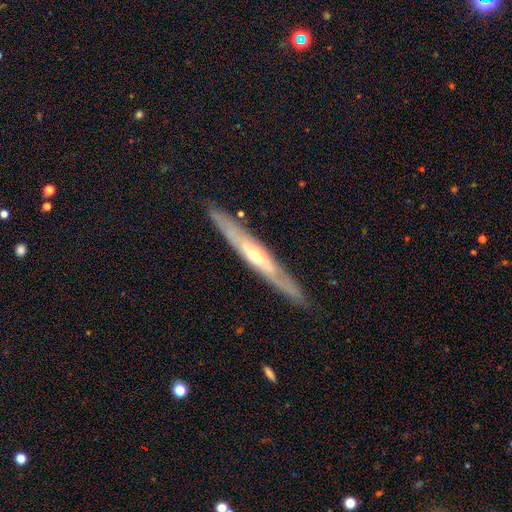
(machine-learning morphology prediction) Smooth or featured? Predicted: featured or disk (p=0.73). Edge-on disk? Predicted: yes (p=0.73). Edge-on bulge? Predicted: rounded (p=0.69). Merging? Predicted: none (p=0.85).